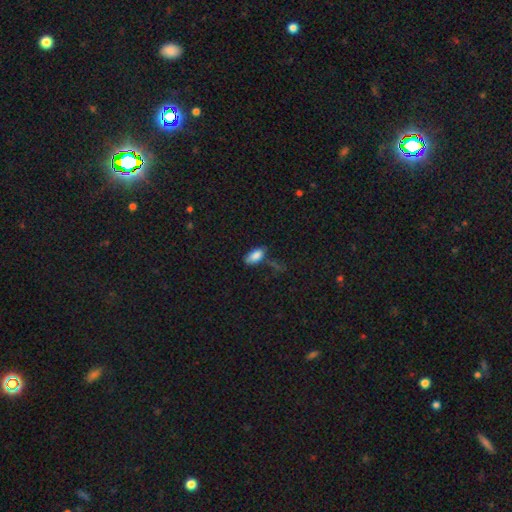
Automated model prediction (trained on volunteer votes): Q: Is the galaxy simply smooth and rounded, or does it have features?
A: smooth — 82%.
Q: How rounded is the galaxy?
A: in between — 87%.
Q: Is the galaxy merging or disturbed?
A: none — 57%.